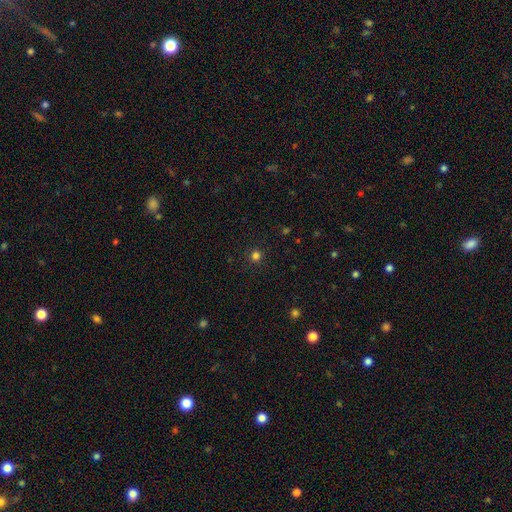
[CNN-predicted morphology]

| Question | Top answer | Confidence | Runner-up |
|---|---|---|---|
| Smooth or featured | smooth | 78% | star or artifact (18%) |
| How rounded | round | 95% | in between (5%) |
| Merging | none | 90% | minor disturbance (6%) |